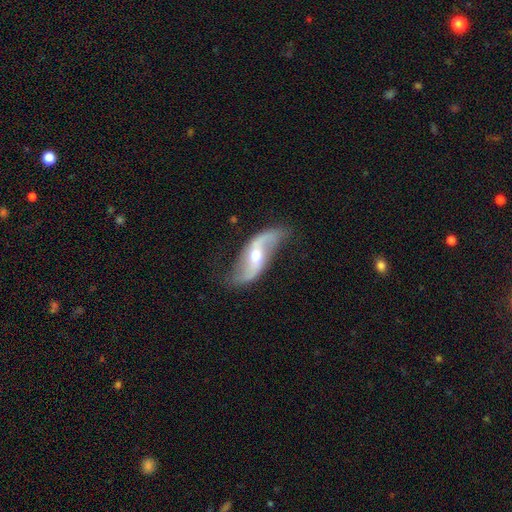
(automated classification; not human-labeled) Morphology: type=featured or disk (89%); edge-on=no (94%); bar=no (41%); spiral arms=yes (95%); winding=loose (83%); arm count=2 (94%); bulge=moderate (68%); merging=none (76%).